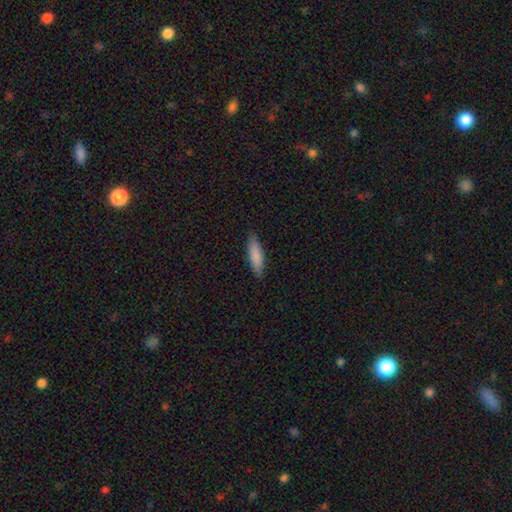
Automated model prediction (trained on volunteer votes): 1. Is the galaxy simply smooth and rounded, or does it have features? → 85% smooth, 10% featured or disk, 6% star or artifact.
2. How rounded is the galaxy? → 60% cigar-shaped, 38% in between, 1% round.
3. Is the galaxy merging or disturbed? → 86% none, 11% minor disturbance, 2% major disturbance, 1% merger.